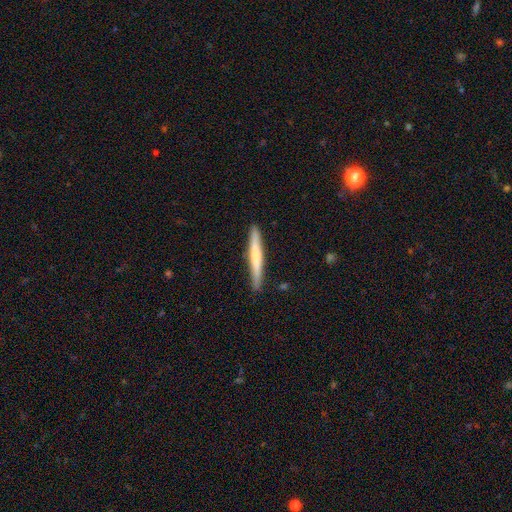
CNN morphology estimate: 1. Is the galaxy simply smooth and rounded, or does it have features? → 55% smooth, 40% featured or disk, 5% star or artifact.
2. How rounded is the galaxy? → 96% cigar-shaped, 2% in between, 1% round.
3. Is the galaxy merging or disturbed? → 89% none, 9% minor disturbance, 1% major disturbance, 1% merger.